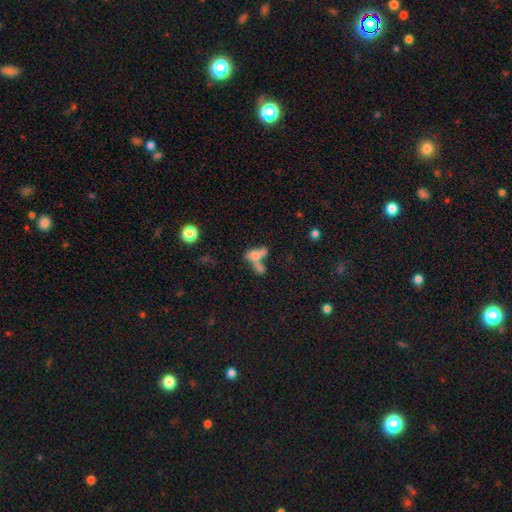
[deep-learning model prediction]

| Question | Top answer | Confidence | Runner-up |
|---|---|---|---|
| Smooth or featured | smooth | 60% | featured or disk (27%) |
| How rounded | in between | 66% | cigar-shaped (23%) |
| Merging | merger | 55% | none (25%) |